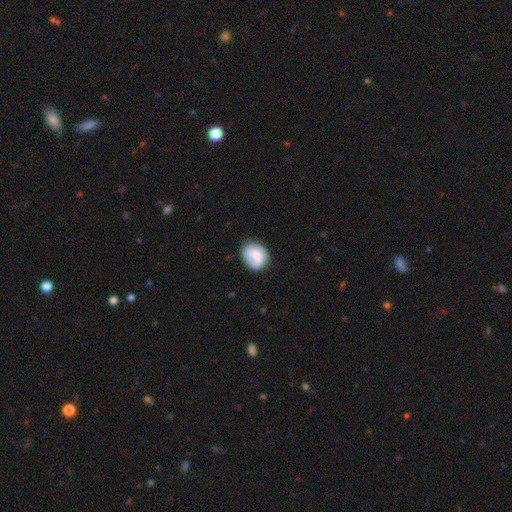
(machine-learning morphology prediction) Smooth or featured?
  - smooth: 61% *
  - featured or disk: 32%
  - star or artifact: 7%
How rounded?
  - round: 53% *
  - in between: 46%
  - cigar-shaped: 1%
Merging?
  - none: 63% *
  - minor disturbance: 23%
  - major disturbance: 11%
  - merger: 3%